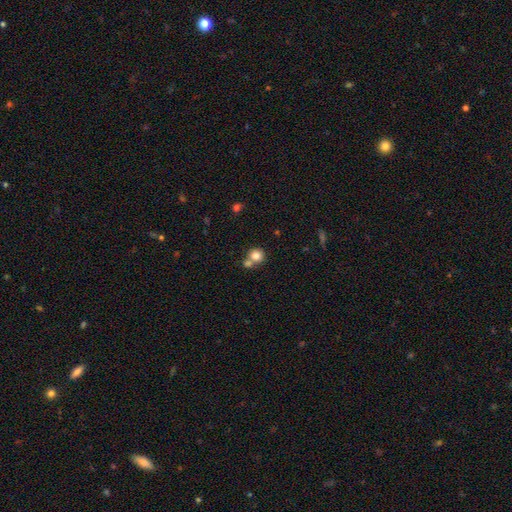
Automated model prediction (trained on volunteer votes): smooth 81%, star or artifact 10%, featured or disk 9%. Down the decision tree: how rounded — round (87%); merging — none (49%).